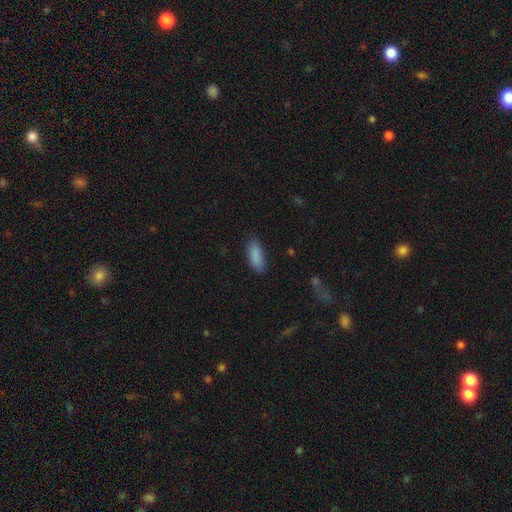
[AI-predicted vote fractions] Morphology: type=smooth (89%); roundness=in between (79%); merging=none (83%).